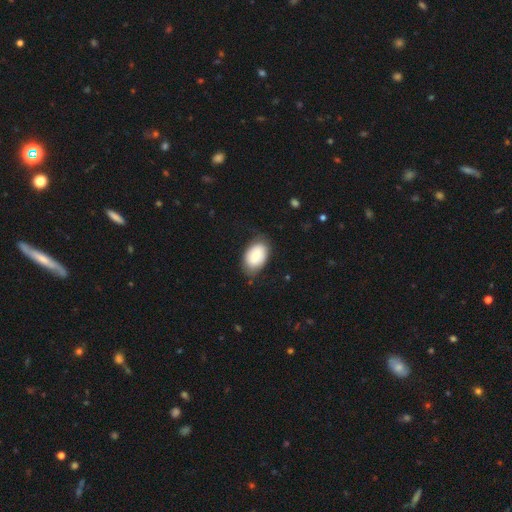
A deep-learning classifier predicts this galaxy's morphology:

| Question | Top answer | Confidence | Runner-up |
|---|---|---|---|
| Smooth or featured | smooth | 74% | featured or disk (19%) |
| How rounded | in between | 88% | round (11%) |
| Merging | none | 75% | minor disturbance (19%) |